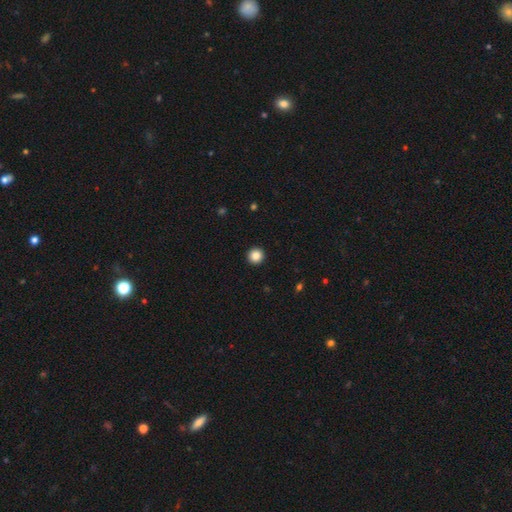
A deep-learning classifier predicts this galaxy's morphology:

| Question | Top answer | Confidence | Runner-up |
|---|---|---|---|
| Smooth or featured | smooth | 86% | star or artifact (10%) |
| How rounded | round | 96% | in between (3%) |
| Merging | none | 94% | minor disturbance (4%) |